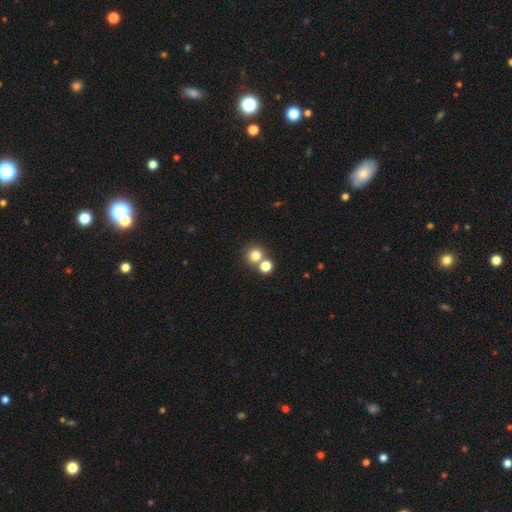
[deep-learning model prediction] This is likely a smooth galaxy (77%). How rounded: clearly round (89%). Merging: likely none (61%).